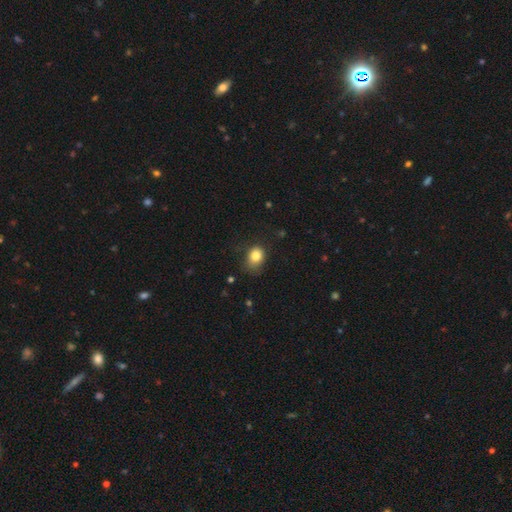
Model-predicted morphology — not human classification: This is clearly a smooth galaxy (81%). How rounded: possibly in between (50%). Merging: possibly none (58%).